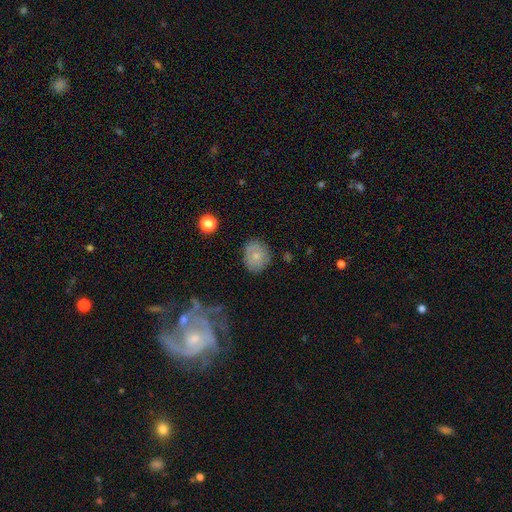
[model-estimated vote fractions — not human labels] A smooth galaxy with no disk features (64%) that is round (69%). Merging: none (78%).